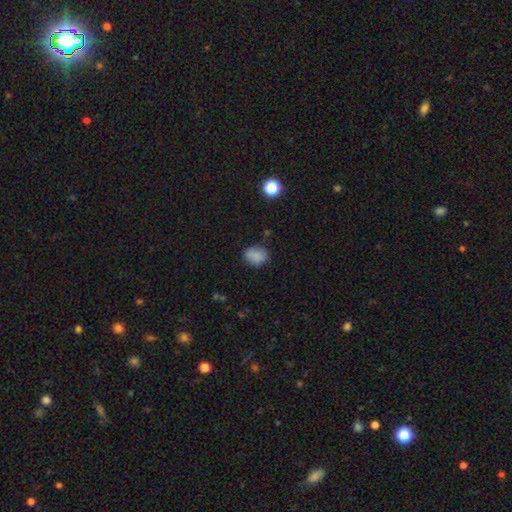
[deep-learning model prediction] smooth 82%, star or artifact 11%, featured or disk 7%. Down the decision tree: how rounded — in between (63%); merging — none (71%).